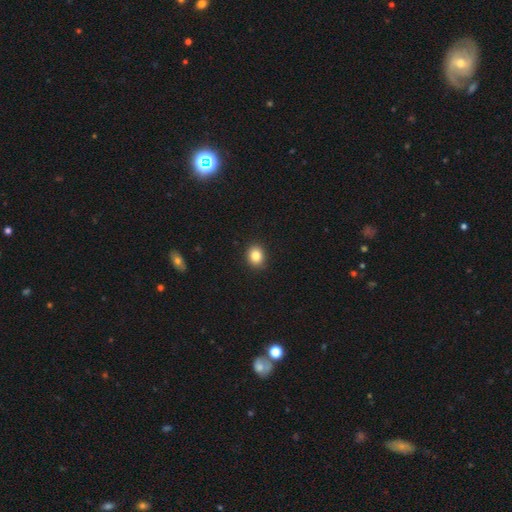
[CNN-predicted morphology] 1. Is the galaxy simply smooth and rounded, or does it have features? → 85% smooth, 10% star or artifact, 5% featured or disk.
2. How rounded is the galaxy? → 61% round, 38% in between, 1% cigar-shaped.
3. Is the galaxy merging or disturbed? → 91% none, 7% minor disturbance, 2% major disturbance, 1% merger.